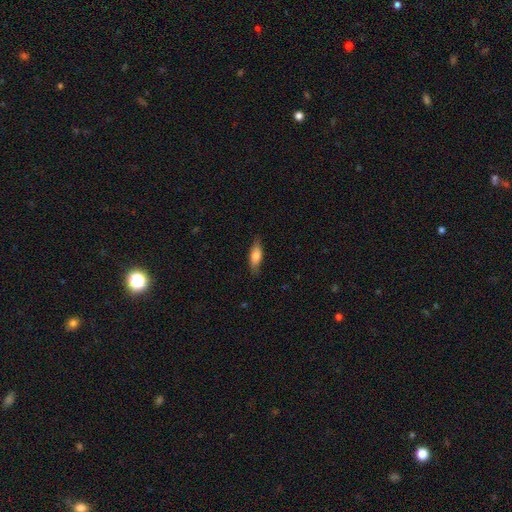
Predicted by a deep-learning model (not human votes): Morphology: type=smooth (76%); roundness=in between (58%); merging=none (82%).